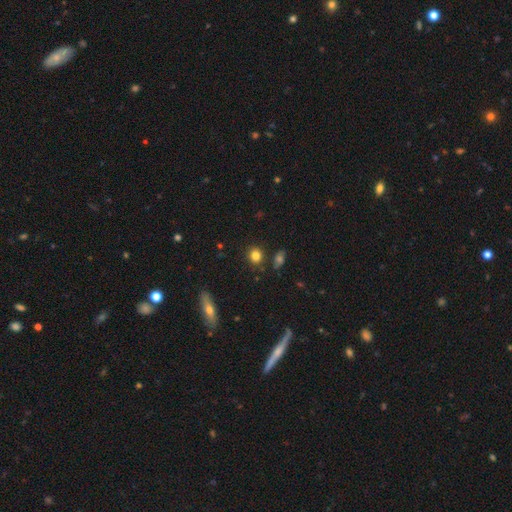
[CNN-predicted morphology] Q: Smooth or featured?
A: smooth (82%); runner-up: star or artifact (11%)
Q: How rounded?
A: round (80%); runner-up: in between (19%)
Q: Merging?
A: none (85%); runner-up: minor disturbance (9%)